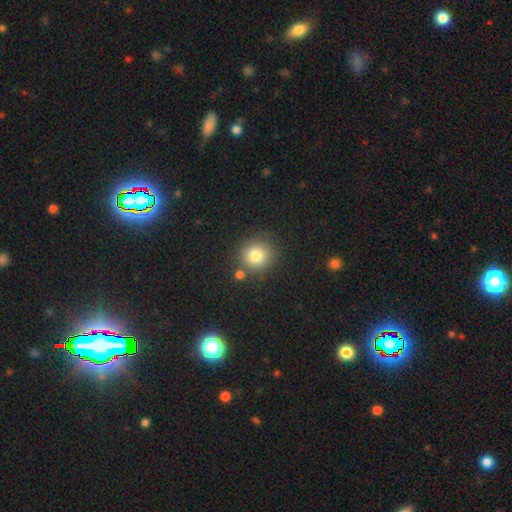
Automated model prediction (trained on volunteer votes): Q: Smooth or featured?
A: smooth (80%); runner-up: star or artifact (13%)
Q: How rounded?
A: round (88%); runner-up: in between (11%)
Q: Merging?
A: none (79%); runner-up: merger (9%)